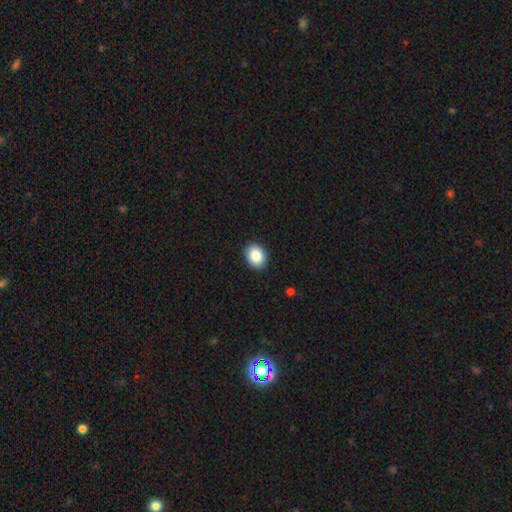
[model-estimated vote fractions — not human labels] Q: Smooth or featured?
A: smooth (89%); runner-up: star or artifact (8%)
Q: How rounded?
A: in between (62%); runner-up: round (37%)
Q: Merging?
A: none (90%); runner-up: minor disturbance (7%)